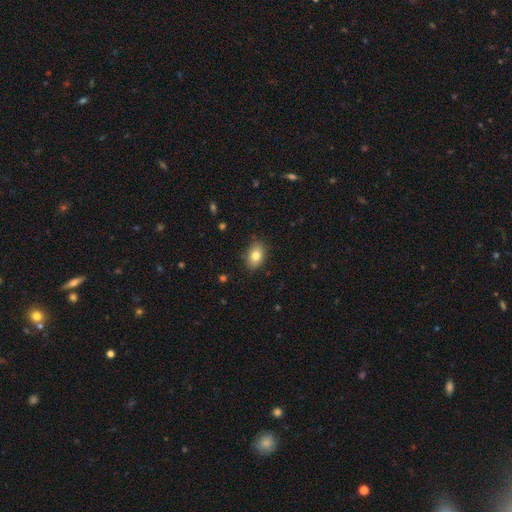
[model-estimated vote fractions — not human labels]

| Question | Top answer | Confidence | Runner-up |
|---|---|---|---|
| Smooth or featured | smooth | 80% | featured or disk (11%) |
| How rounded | in between | 81% | round (17%) |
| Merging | none | 82% | minor disturbance (14%) |